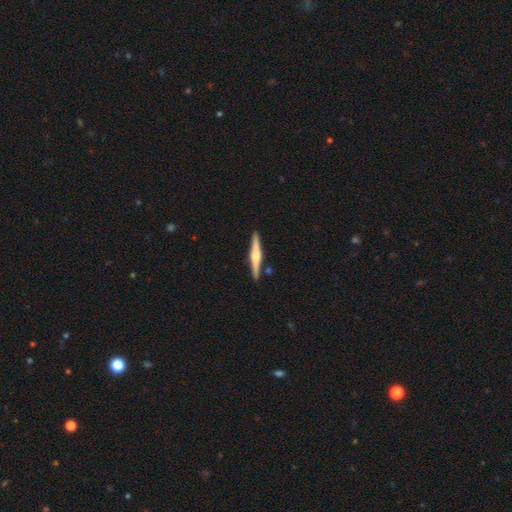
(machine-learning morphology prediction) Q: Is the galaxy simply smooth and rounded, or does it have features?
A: featured or disk — 71%.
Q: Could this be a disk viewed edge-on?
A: yes — 98%.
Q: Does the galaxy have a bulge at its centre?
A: rounded — 82%.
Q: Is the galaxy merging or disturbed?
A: none — 90%.